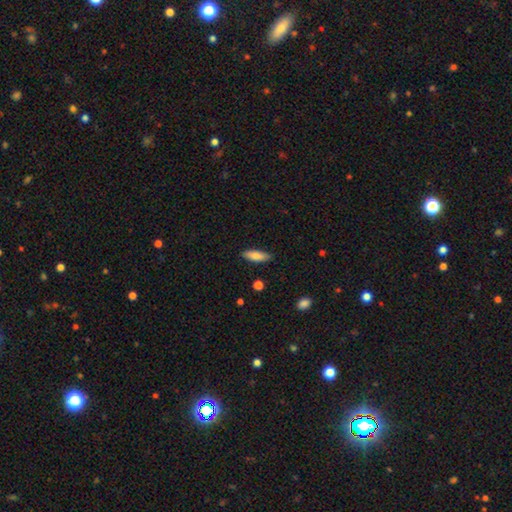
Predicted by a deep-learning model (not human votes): smooth_or_featured: smooth (p=0.79) [alt: featured or disk p=0.15]
how_rounded: in between (p=0.57) [alt: cigar-shaped p=0.41]
merging: none (p=0.86) [alt: minor disturbance p=0.11]